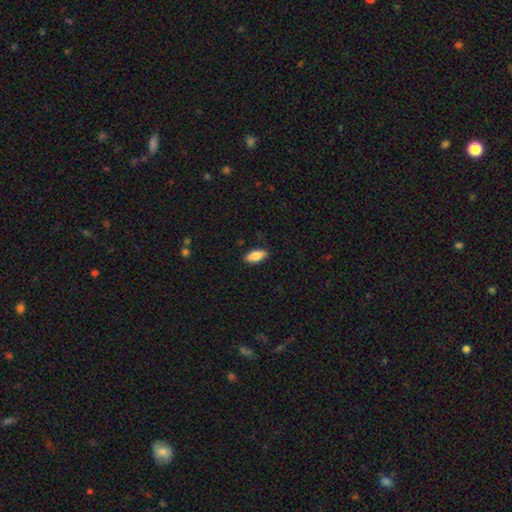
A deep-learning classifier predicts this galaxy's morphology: Q: Smooth or featured?
A: smooth (83%); runner-up: featured or disk (11%)
Q: How rounded?
A: in between (83%); runner-up: cigar-shaped (15%)
Q: Merging?
A: none (88%); runner-up: minor disturbance (9%)